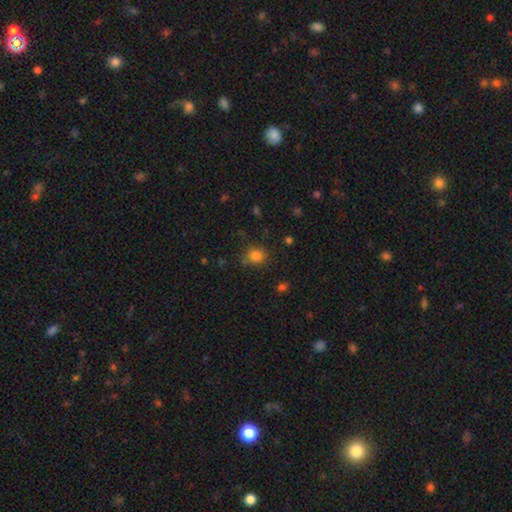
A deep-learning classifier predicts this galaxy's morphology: Smooth or featured? Predicted: smooth (p=0.81). How rounded? Predicted: round (p=0.79). Merging? Predicted: none (p=0.77).